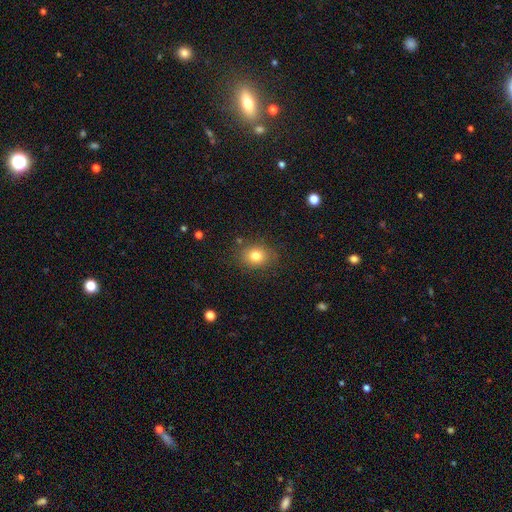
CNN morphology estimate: smooth 78%, star or artifact 12%, featured or disk 10%. Down the decision tree: how rounded — round (55%); merging — none (82%).